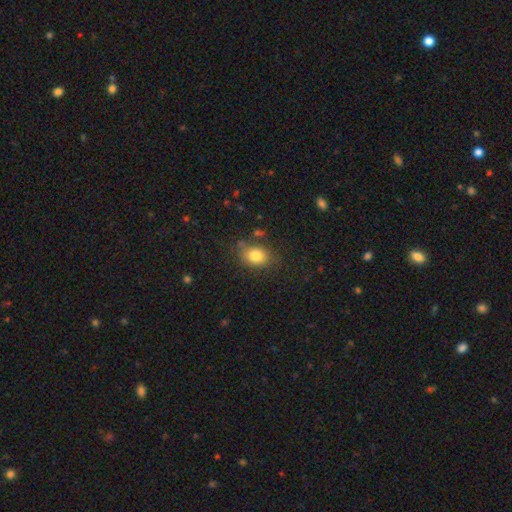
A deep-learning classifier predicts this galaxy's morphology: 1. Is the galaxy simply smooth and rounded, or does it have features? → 81% smooth, 10% star or artifact, 9% featured or disk.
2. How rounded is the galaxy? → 66% in between, 33% round, 1% cigar-shaped.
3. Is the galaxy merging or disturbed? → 74% none, 17% minor disturbance, 5% major disturbance, 4% merger.